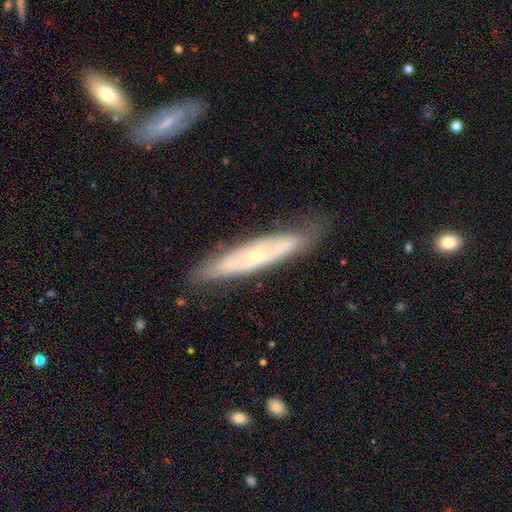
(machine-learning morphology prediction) Q: Smooth or featured?
A: featured or disk (61%); runner-up: smooth (32%)
Q: Edge-on disk?
A: yes (51%); runner-up: no (49%)
Q: Merging?
A: none (78%); runner-up: minor disturbance (16%)